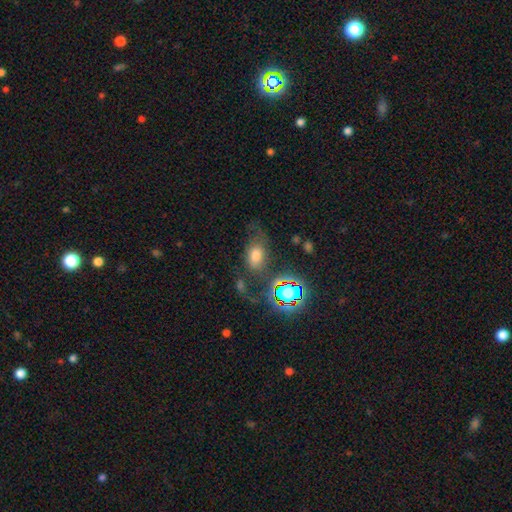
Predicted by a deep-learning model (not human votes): The model was most divided on "merging": none: 48%, minor disturbance: 24%, major disturbance: 22%, merger: 7%. More confident: how rounded — in between (84%); smooth or featured — smooth (61%).